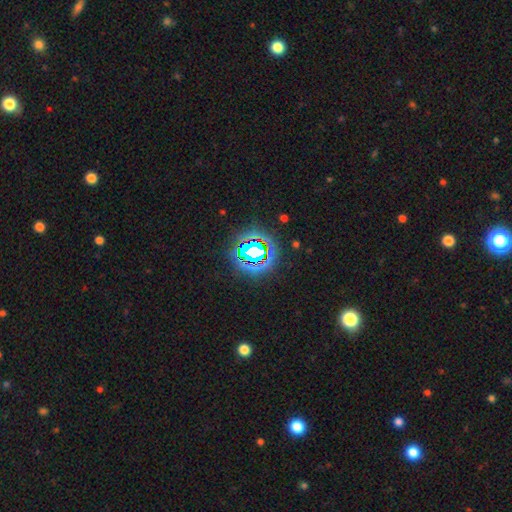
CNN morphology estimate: smooth_or_featured: star or artifact (p=0.72) [alt: smooth p=0.16]